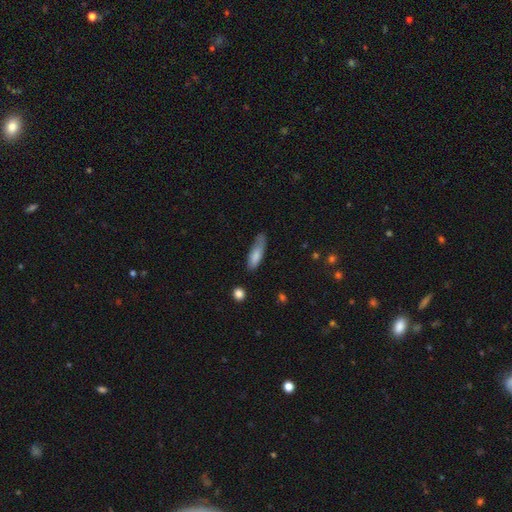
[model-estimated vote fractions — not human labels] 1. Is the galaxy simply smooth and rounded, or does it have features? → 80% smooth, 14% featured or disk, 6% star or artifact.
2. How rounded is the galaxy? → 56% cigar-shaped, 42% in between, 2% round.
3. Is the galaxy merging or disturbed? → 50% none, 35% minor disturbance, 12% major disturbance, 3% merger.